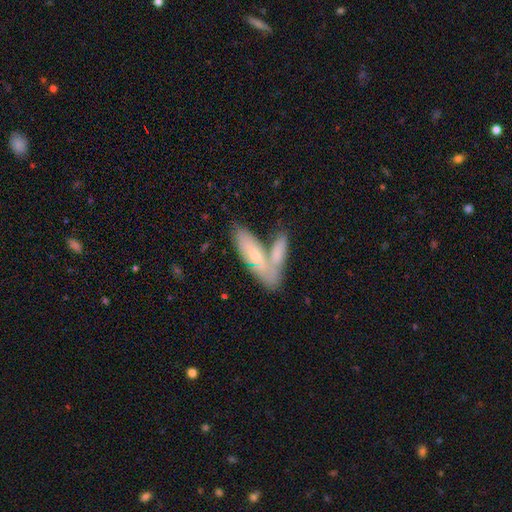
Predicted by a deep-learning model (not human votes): Smooth or featured? smooth (57%)
How rounded? cigar-shaped (50%)
Merging? merger (48%)